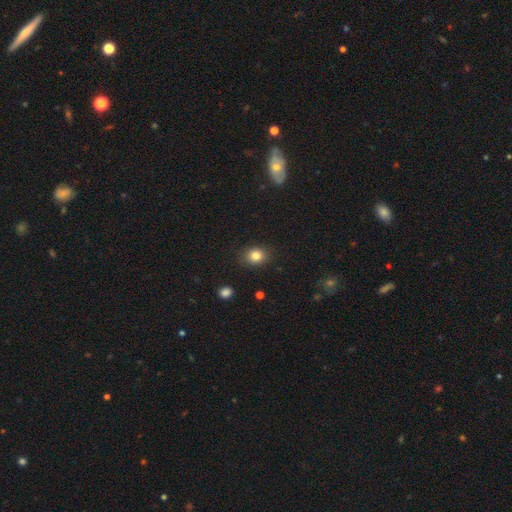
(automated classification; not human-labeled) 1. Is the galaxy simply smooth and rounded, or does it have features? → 83% smooth, 11% star or artifact, 6% featured or disk.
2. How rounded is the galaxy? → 54% round, 45% in between, 1% cigar-shaped.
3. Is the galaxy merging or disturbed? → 86% none, 10% minor disturbance, 3% major disturbance, 1% merger.